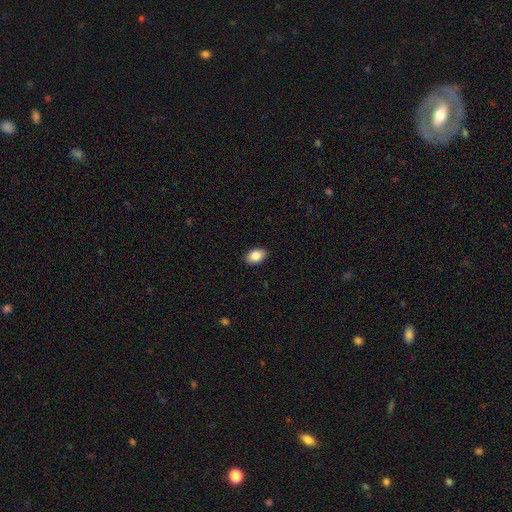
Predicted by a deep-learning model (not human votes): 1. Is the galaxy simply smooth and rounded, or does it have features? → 87% smooth, 7% star or artifact, 6% featured or disk.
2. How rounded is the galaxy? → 88% in between, 11% round, 1% cigar-shaped.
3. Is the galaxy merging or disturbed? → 90% none, 7% minor disturbance, 2% major disturbance, 1% merger.